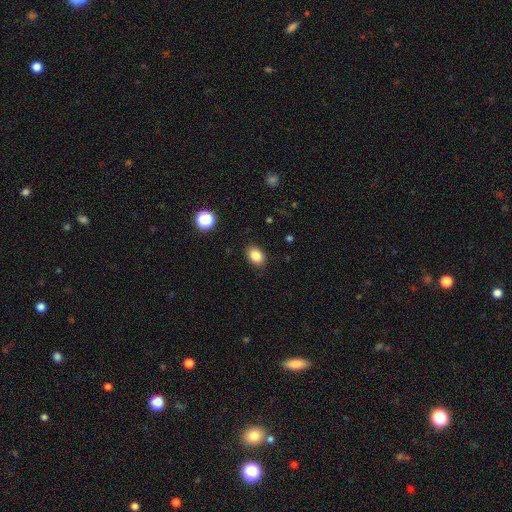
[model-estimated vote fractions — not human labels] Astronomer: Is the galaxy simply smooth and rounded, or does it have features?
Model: smooth — 84%.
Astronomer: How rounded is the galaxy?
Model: in between — 74%.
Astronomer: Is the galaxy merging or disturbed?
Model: none — 86%.